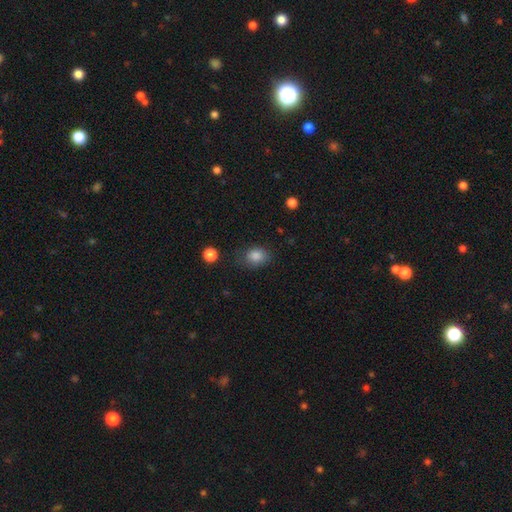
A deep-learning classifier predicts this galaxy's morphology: smooth 85%, star or artifact 10%, featured or disk 5%. Down the decision tree: how rounded — in between (55%); merging — none (73%).